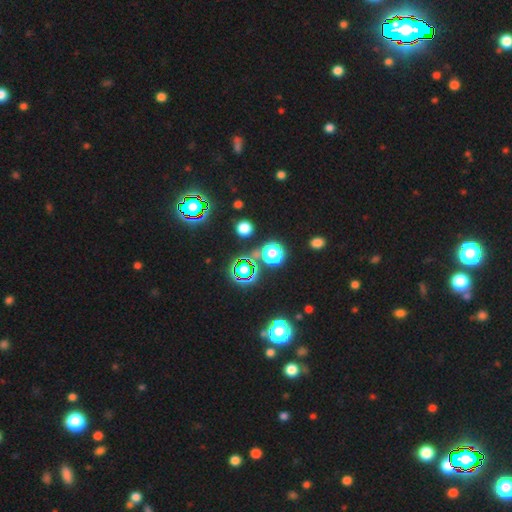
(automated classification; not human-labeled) Morphology: type=star or artifact (60%).